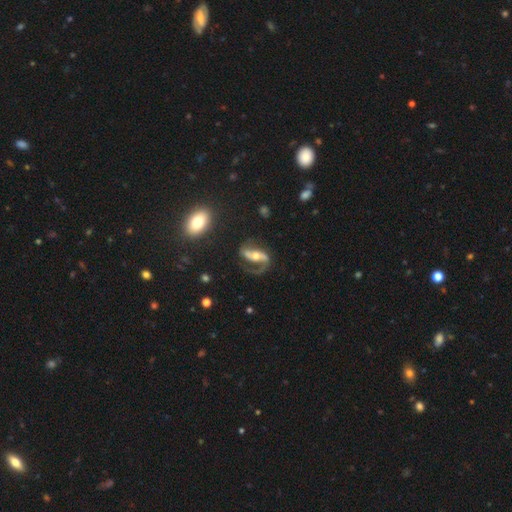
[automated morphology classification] A featured or disk galaxy (85%) with a strong bar (51%), 2 (78%) loose (50%) spiral arms (94%) and a moderate central bulge (60%).

Vote fractions:
- Smooth or featured? featured or disk: 85% / smooth: 9% / star or artifact: 6%
- Edge-on disk? no: 94% / yes: 6%
- Bar? strong: 51% / weak: 26% / no: 23%
- Spiral arms? yes: 94% / no: 6%
- Spiral winding? loose: 50% / medium: 39% / tight: 11%
- Spiral arm count? 2: 78% / 1: 18% / can't tell: 2% / 3: 1% / 4: 1% / more than 4: 1%
- Bulge size? moderate: 60% / small: 30% / large: 6% / none: 2% / dominant: 1%
- Merging? none: 58% / major disturbance: 23% / minor disturbance: 15% / merger: 4%